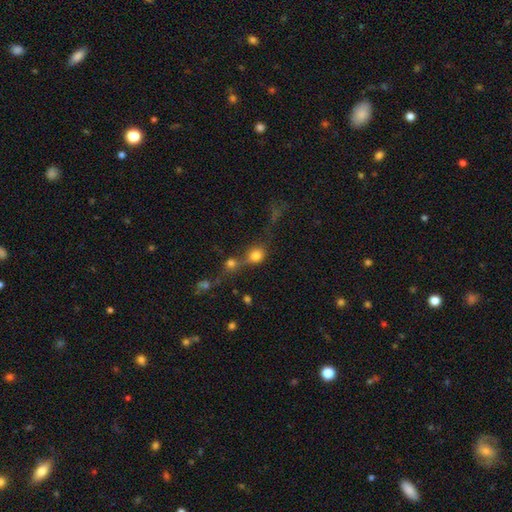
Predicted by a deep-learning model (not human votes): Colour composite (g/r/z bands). It shows a smooth galaxy with no disk features (76%) that is round (78%). Merging: merger (47%).